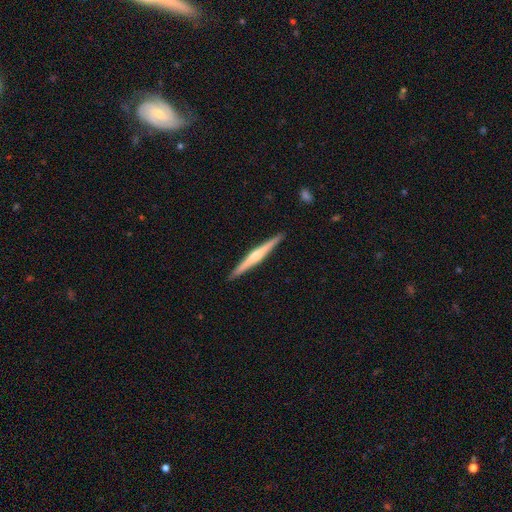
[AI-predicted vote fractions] A featured or disk galaxy (69%) viewed edge-on (98%) with a rounded central bulge (73%). Merging: none (92%).